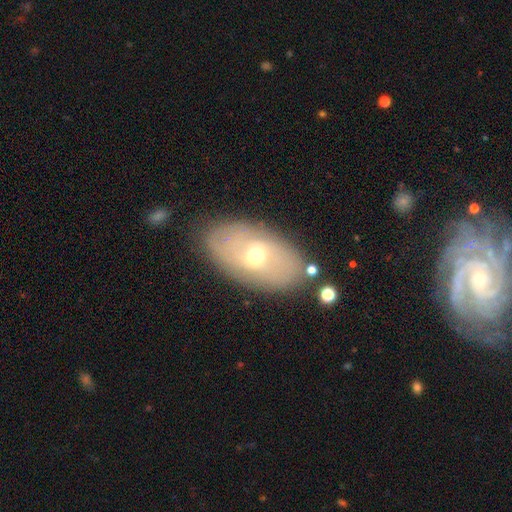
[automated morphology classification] Q: Smooth or featured?
A: featured or disk (59%); runner-up: smooth (33%)
Q: Edge-on disk?
A: no (88%); runner-up: yes (12%)
Q: Bar?
A: weak (46%); runner-up: no (40%)
Q: Spiral arms?
A: yes (55%); runner-up: no (45%)
Q: Bulge size?
A: moderate (57%); runner-up: small (37%)
Q: Merging?
A: none (81%); runner-up: minor disturbance (12%)